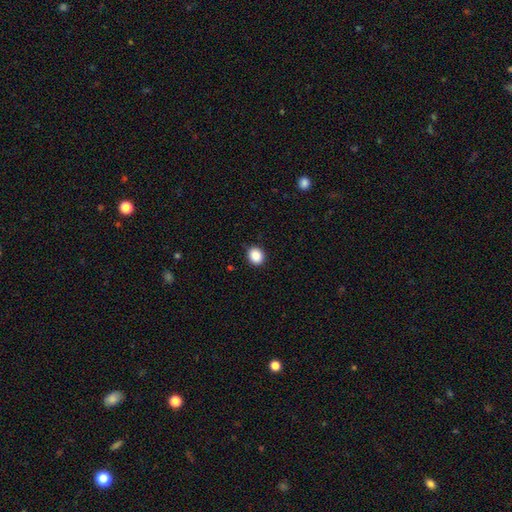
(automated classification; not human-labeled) This appears to be a smooth galaxy with no disk features (88%) that is round (68%). Merging: none (88%).